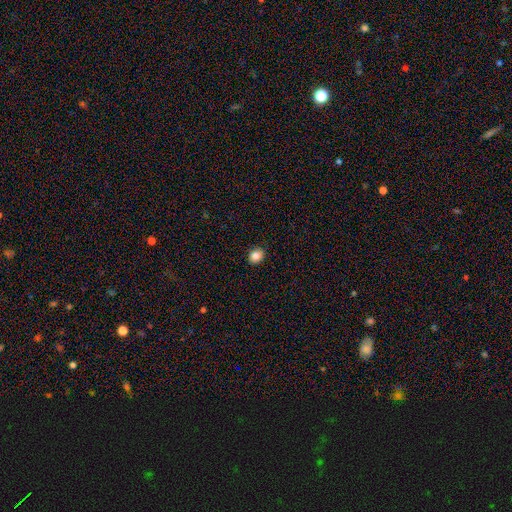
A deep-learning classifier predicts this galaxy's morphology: The model was most divided on "how rounded": round: 52%, in between: 47%, cigar-shaped: 1%. More confident: merging — none (89%); smooth or featured — smooth (85%).